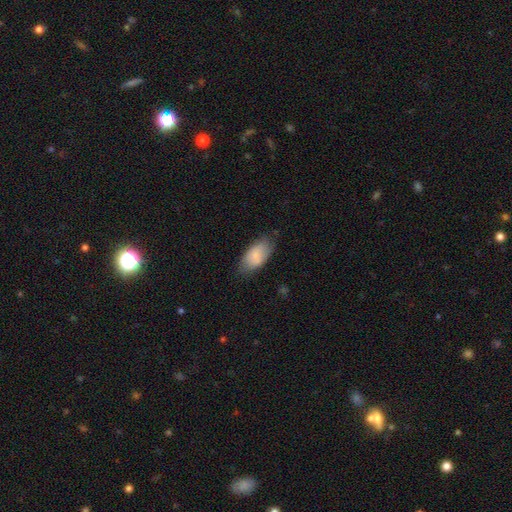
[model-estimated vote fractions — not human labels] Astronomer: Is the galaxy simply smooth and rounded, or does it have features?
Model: smooth — 81%.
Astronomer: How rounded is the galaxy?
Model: in between — 93%.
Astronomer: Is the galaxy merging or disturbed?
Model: none — 73%.